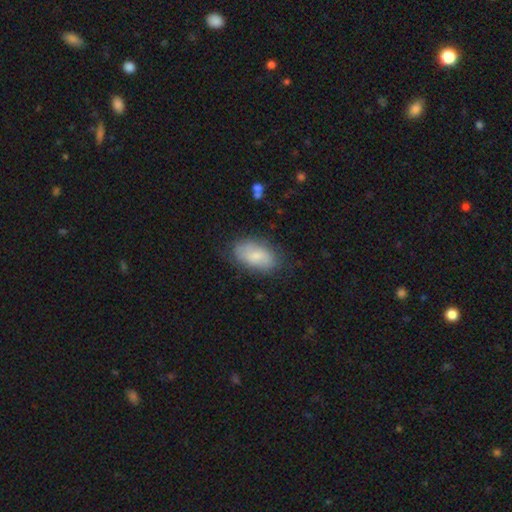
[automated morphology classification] This appears to be a smooth galaxy with no disk features (76%) that is in between round and cigar-shaped (93%). Merging: none (75%).